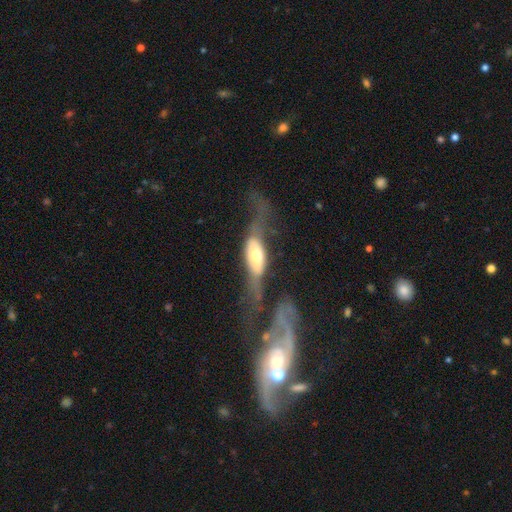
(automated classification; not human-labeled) A featured or disk galaxy (53%).

Vote fractions:
- Smooth or featured? featured or disk: 53% / smooth: 41% / star or artifact: 6%
- Edge-on disk? no: 56% / yes: 44%
- Merging? major disturbance: 47% / none: 23% / minor disturbance: 15% / merger: 14%